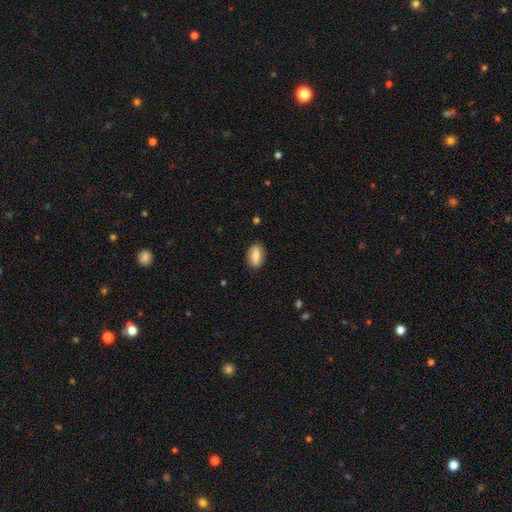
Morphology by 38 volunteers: Overall: smooth (79%). How rounded: in between (73%). Merging: none (86%).